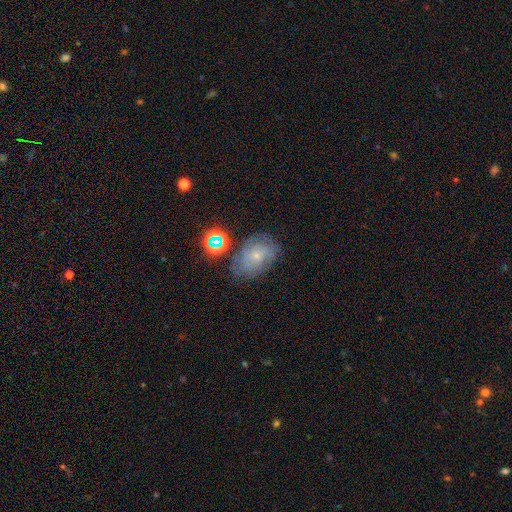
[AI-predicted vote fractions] This appears to be a featured or disk galaxy (51%). Merging: none (57%).